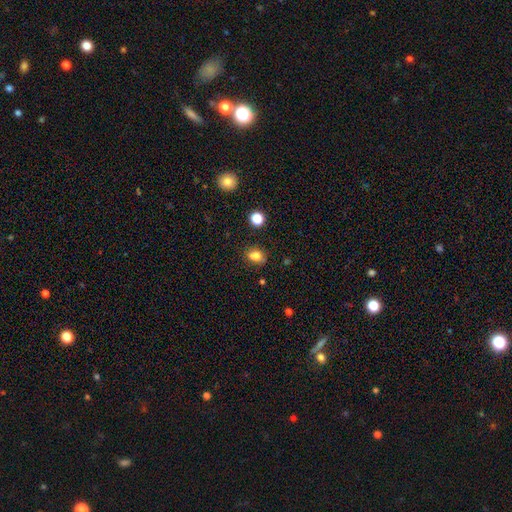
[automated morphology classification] Smooth or featured: smooth — 76% (star or artifact — 13%)
How rounded: in between — 60% (round — 38%)
Merging: none — 68% (minor disturbance — 18%)